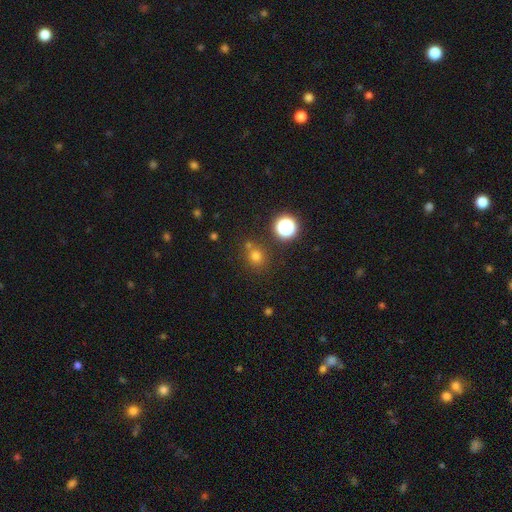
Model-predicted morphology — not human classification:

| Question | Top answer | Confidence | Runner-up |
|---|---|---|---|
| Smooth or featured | smooth | 68% | star or artifact (25%) |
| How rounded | round | 86% | in between (13%) |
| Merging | none | 74% | merger (13%) |